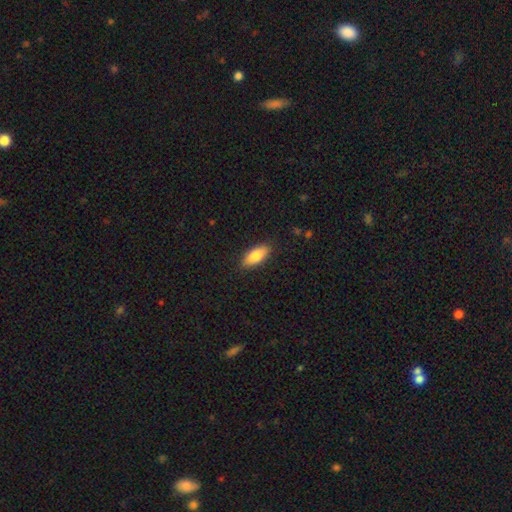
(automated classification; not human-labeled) This is clearly a smooth galaxy (82%). How rounded: clearly in between (81%). Merging: clearly none (88%).